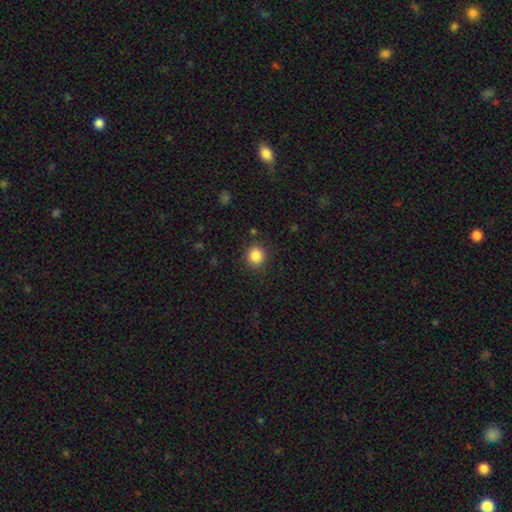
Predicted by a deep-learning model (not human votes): Morphology: type=smooth (86%); roundness=round (85%); merging=none (89%).